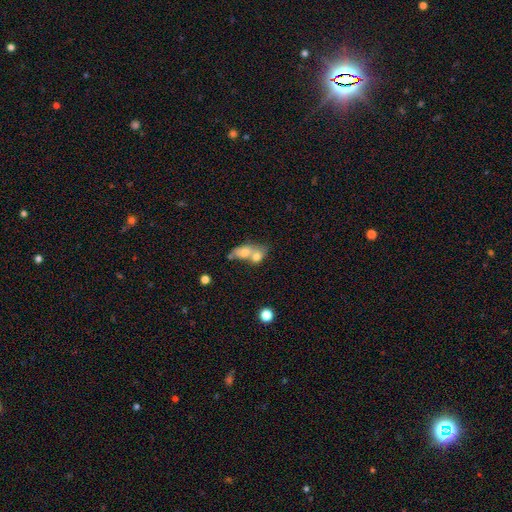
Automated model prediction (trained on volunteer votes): A smooth galaxy with no disk features (69%) that is in between round and cigar-shaped (66%). Merging: merger (71%).